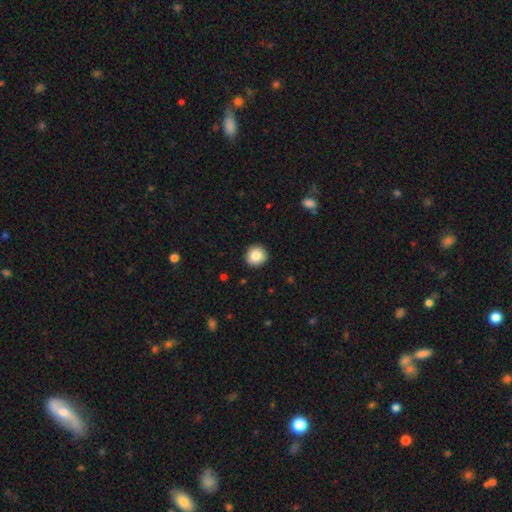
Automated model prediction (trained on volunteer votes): Overall: smooth (84%). How rounded: round (94%). Merging: none (92%).